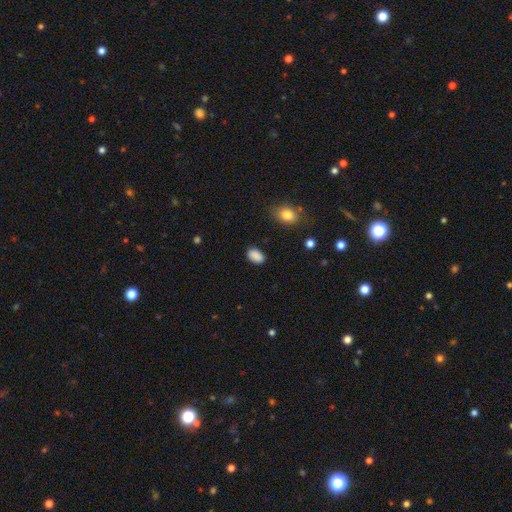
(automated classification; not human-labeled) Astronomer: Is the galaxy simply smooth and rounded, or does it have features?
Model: smooth — 88%.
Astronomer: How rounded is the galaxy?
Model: in between — 88%.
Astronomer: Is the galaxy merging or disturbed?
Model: none — 85%.